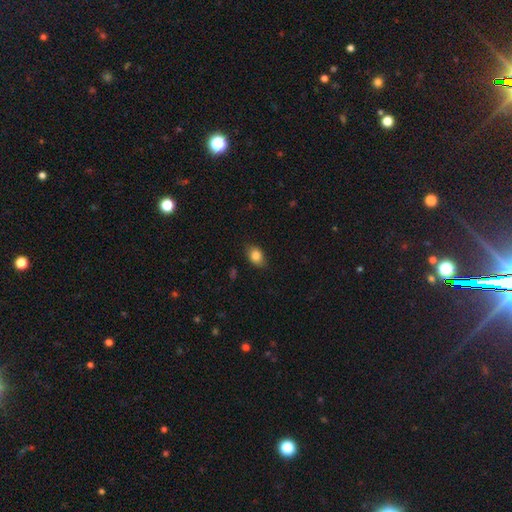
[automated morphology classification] This is clearly a smooth galaxy (84%). How rounded: likely in between (78%). Merging: clearly none (82%).